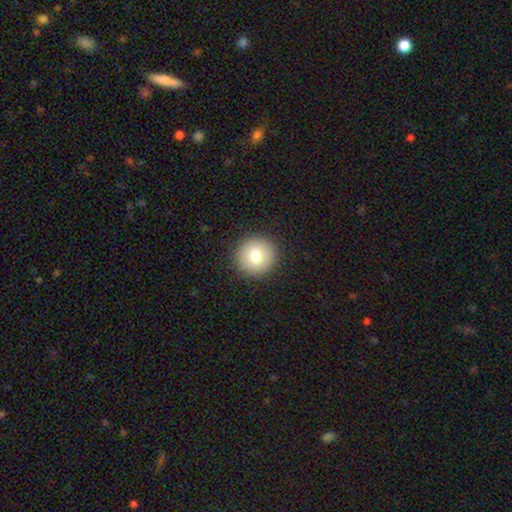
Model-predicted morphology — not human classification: smooth-or-featured: smooth: 79% | featured or disk: 12% | star or artifact: 10%
  how-rounded: round: 95% | in between: 4% | cigar-shaped: 1%
  merging: none: 92% | minor disturbance: 6% | major disturbance: 2% | merger: 1%